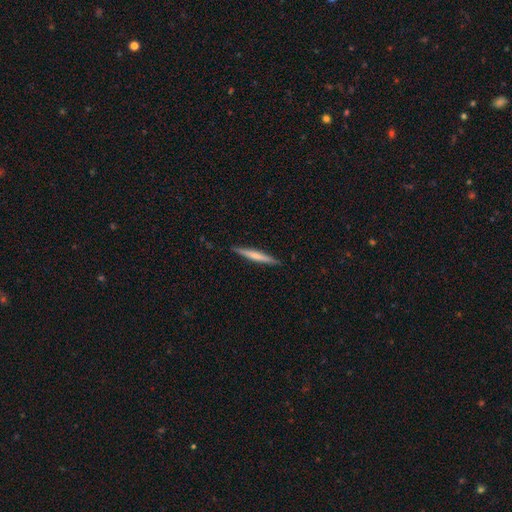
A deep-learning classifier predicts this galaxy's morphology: smooth 55%, featured or disk 40%, star or artifact 5%. Down the decision tree: how rounded — cigar-shaped (95%); merging — none (90%).